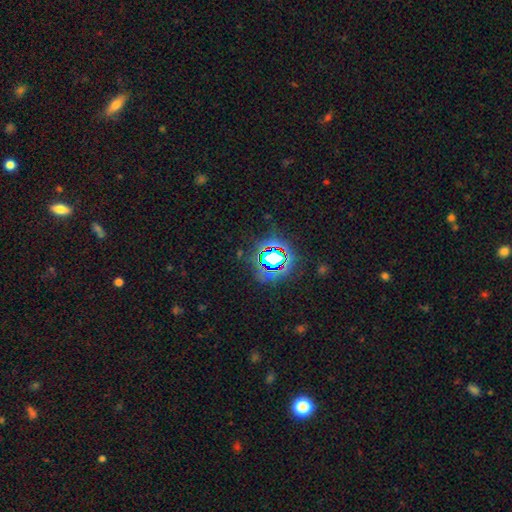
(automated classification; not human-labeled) Q: Smooth or featured?
A: star or artifact (79%); runner-up: smooth (14%)